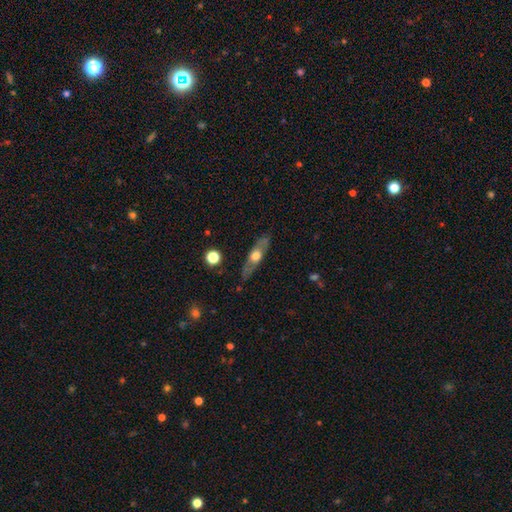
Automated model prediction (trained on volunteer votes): Smooth or featured: featured or disk — 55% (smooth — 39%)
Edge-on disk: yes — 72% (no — 28%)
Merging: none — 80% (minor disturbance — 14%)